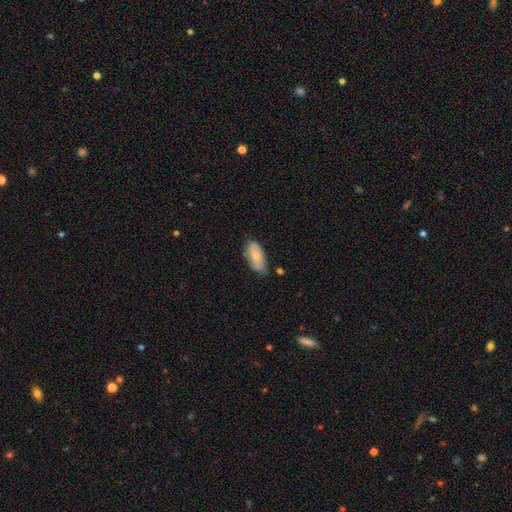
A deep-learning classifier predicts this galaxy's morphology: smooth-or-featured: smooth: 76% | featured or disk: 18% | star or artifact: 6%
  how-rounded: in between: 89% | cigar-shaped: 9% | round: 2%
  merging: none: 70% | minor disturbance: 24% | major disturbance: 4% | merger: 3%